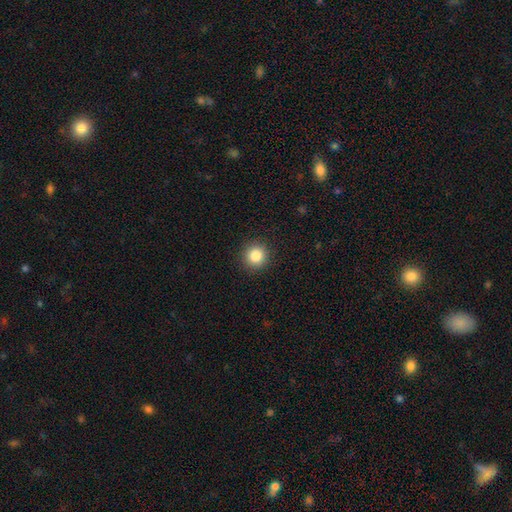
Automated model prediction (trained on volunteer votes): This is clearly a smooth galaxy (85%). How rounded: clearly round (94%). Merging: clearly none (92%).